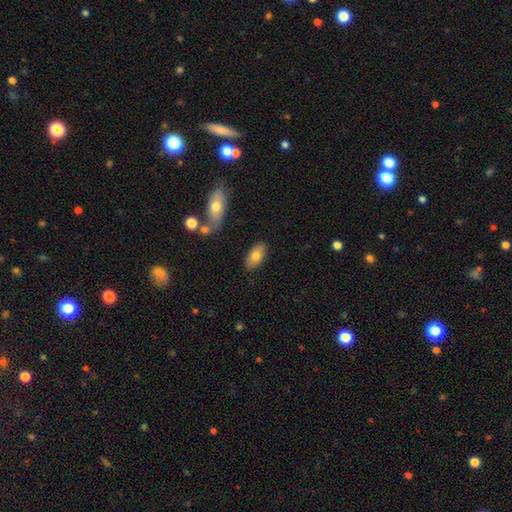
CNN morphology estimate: Smooth or featured? Predicted: smooth (p=0.75). How rounded? Predicted: in between (p=0.93). Merging? Predicted: none (p=0.83).